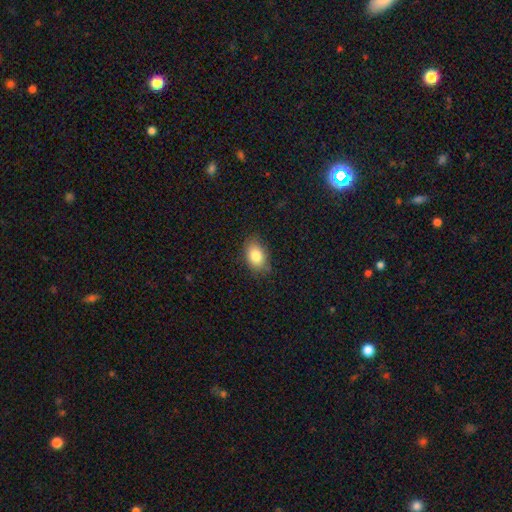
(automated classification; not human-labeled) smooth-or-featured: smooth: 82% | featured or disk: 9% | star or artifact: 9%
  how-rounded: in between: 82% | round: 17% | cigar-shaped: 1%
  merging: none: 81% | minor disturbance: 15% | major disturbance: 3% | merger: 1%